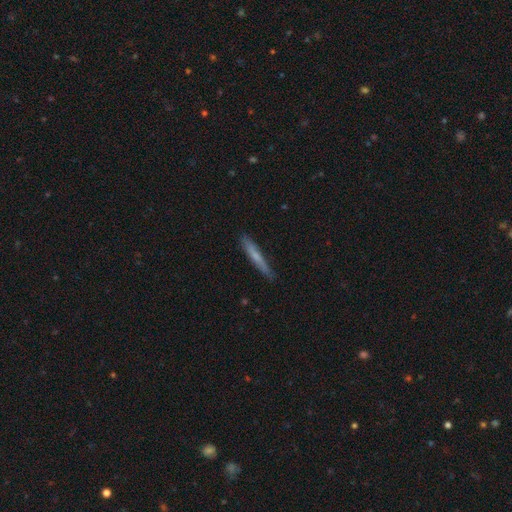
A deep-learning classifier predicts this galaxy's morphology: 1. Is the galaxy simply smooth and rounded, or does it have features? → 61% smooth, 33% featured or disk, 6% star or artifact.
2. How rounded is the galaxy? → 95% cigar-shaped, 3% in between, 1% round.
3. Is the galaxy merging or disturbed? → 86% none, 11% minor disturbance, 2% major disturbance, 1% merger.